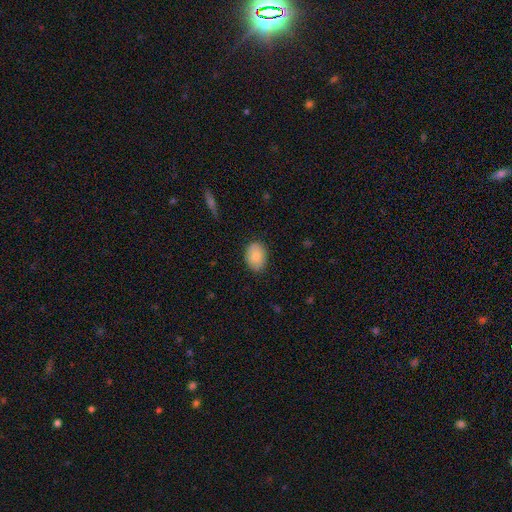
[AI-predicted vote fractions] smooth_or_featured: smooth (p=0.85) [alt: featured or disk p=0.08]
how_rounded: in between (p=0.80) [alt: round p=0.19]
merging: none (p=0.84) [alt: minor disturbance p=0.12]